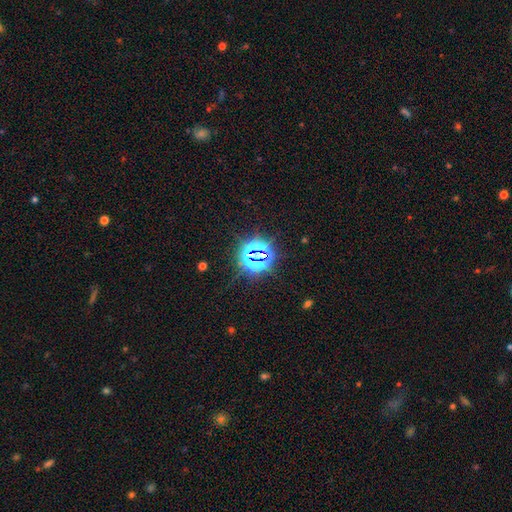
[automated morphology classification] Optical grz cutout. It shows a star or artifact, not a galaxy (81%).